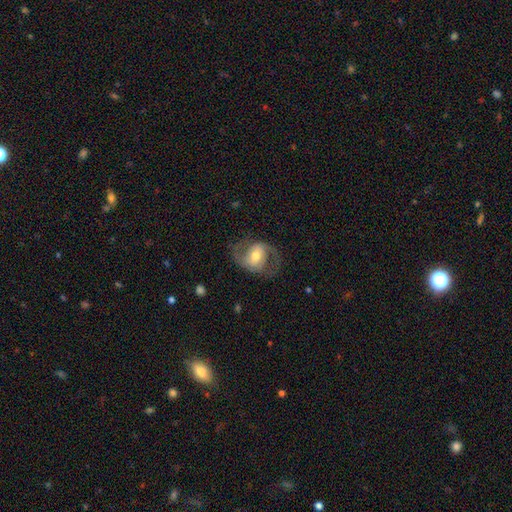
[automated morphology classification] smooth-or-featured: featured or disk: 75% | smooth: 19% | star or artifact: 6%
  disk-edge-on: no: 96% | yes: 4%
    bar: weak: 44% | no: 32% | strong: 24%
    has-spiral-arms: yes: 88% | no: 12%
      spiral-winding: medium: 53% | loose: 31% | tight: 16%
      spiral-arm-count: 2: 89% | can't tell: 5% | 1: 3% | 3: 1% | 4: 1% | more than 4: 1%
    bulge-size: moderate: 66% | small: 20% | large: 11% | none: 1% | dominant: 1%
  merging: none: 70% | minor disturbance: 16% | major disturbance: 13% | merger: 1%